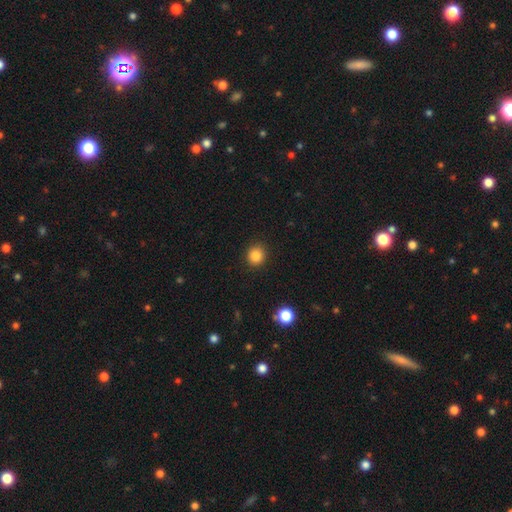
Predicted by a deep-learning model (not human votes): Smooth or featured? smooth (85%)
How rounded? round (87%)
Merging? none (91%)